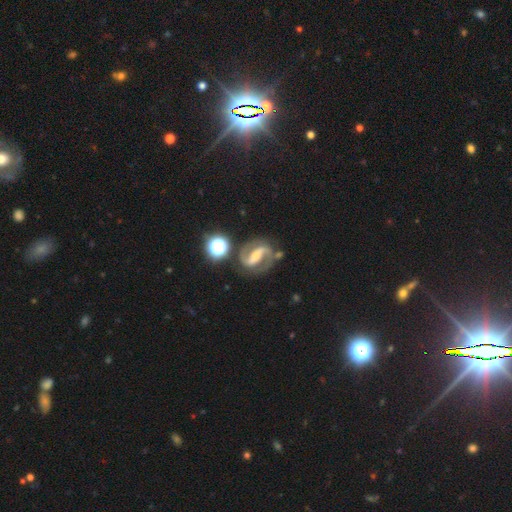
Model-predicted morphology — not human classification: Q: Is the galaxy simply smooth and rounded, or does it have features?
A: featured or disk — 88%.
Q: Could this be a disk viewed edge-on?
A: no — 97%.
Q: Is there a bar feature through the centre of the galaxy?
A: strong — 63%.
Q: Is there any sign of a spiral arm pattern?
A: yes — 97%.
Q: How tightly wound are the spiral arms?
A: medium — 58%.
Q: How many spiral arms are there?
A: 2 — 93%.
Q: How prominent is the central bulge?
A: small — 47%.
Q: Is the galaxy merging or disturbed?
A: none — 76%.